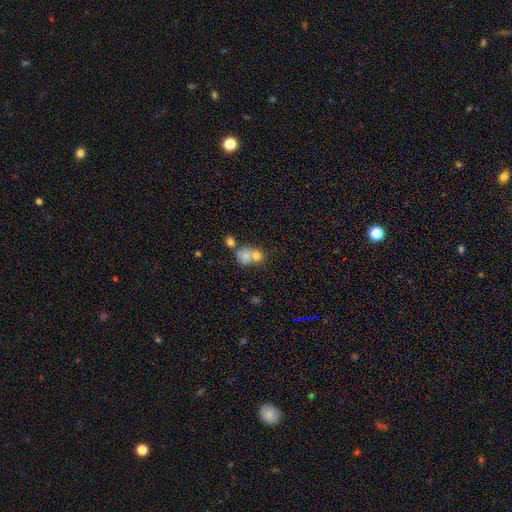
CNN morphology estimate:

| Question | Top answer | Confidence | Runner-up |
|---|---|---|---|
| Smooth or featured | smooth | 71% | featured or disk (17%) |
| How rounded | round | 69% | in between (30%) |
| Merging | merger | 59% | none (29%) |